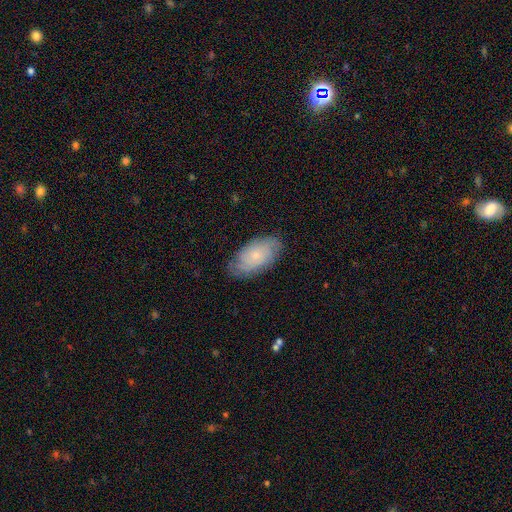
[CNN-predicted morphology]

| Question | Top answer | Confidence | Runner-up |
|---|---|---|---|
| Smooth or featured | featured or disk | 48% | smooth (45%) |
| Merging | none | 77% | minor disturbance (17%) |